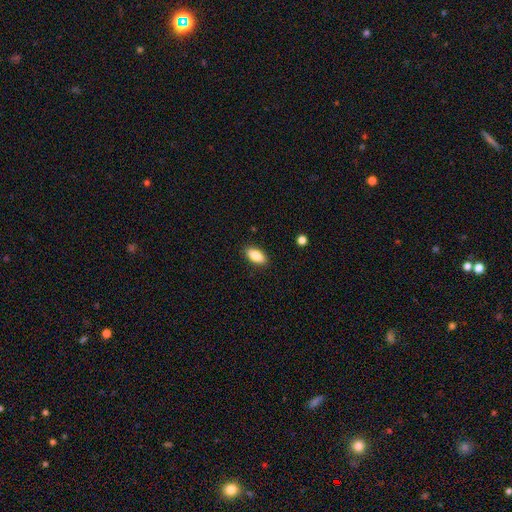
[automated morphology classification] The model was most divided on "smooth or featured": smooth: 84%, featured or disk: 9%, star or artifact: 7%. More confident: merging — none (88%); how rounded — in between (87%).